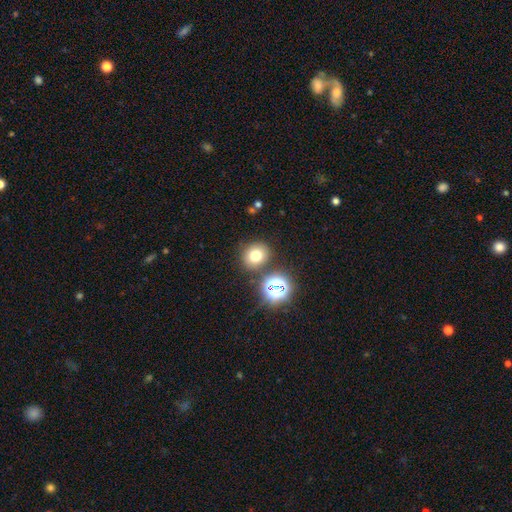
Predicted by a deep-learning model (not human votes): Smooth or featured?
  - smooth: 70% *
  - star or artifact: 20%
  - featured or disk: 10%
How rounded?
  - round: 78% *
  - in between: 21%
  - cigar-shaped: 1%
Merging?
  - none: 78% *
  - merger: 10%
  - minor disturbance: 9%
  - major disturbance: 3%